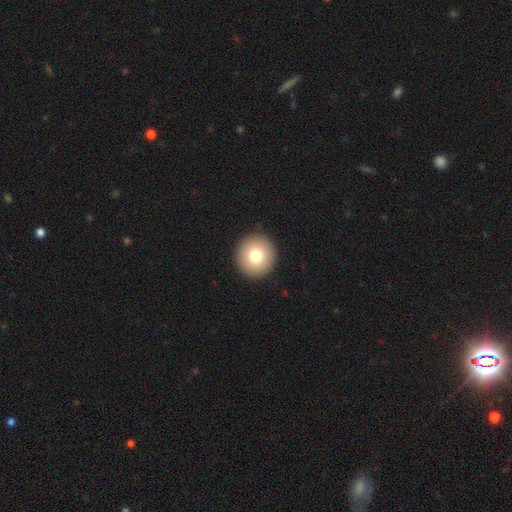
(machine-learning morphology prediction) Smooth or featured? Predicted: smooth (p=0.77). How rounded? Predicted: round (p=0.94). Merging? Predicted: none (p=0.93).